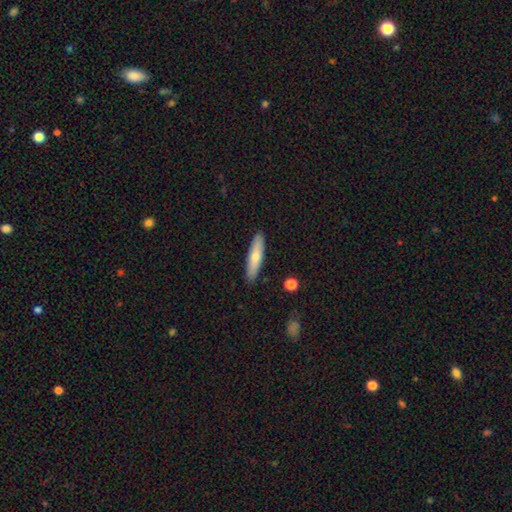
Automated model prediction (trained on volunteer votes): Overall: smooth (64%; featured or disk 30%). How rounded: cigar-shaped (82%). Merging: none (90%).